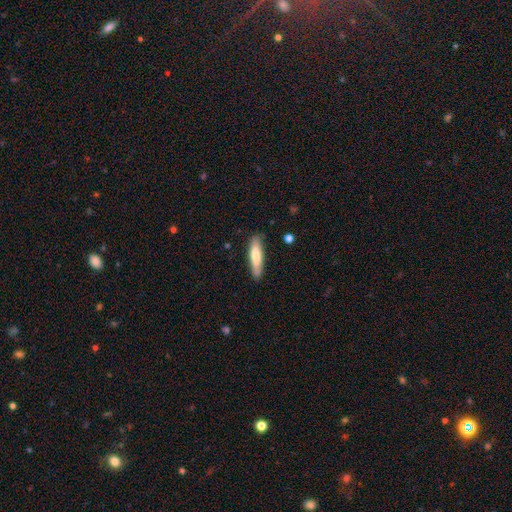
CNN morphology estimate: Overall: smooth (72%). How rounded: cigar-shaped (73%). Merging: none (82%).